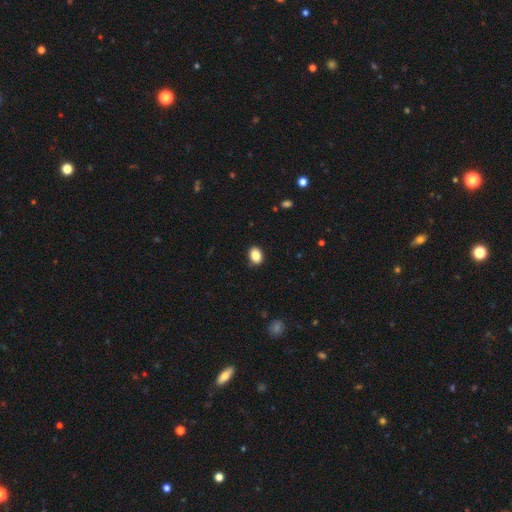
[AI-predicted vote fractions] This appears to be a smooth galaxy with no disk features (87%) that is in between round and cigar-shaped (71%). Merging: none (87%).